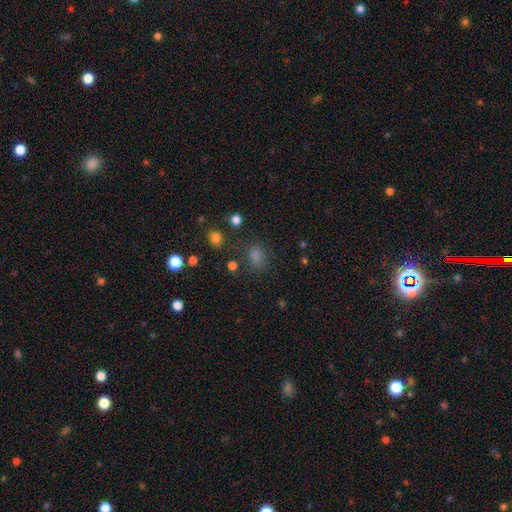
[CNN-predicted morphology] smooth-or-featured: smooth: 69% | star or artifact: 25% | featured or disk: 6%
  how-rounded: in between: 58% | round: 41% | cigar-shaped: 2%
  merging: none: 75% | minor disturbance: 14% | major disturbance: 7% | merger: 4%